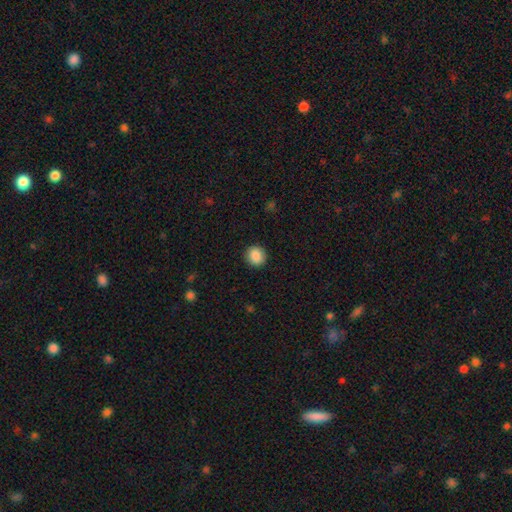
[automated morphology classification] smooth 88%, star or artifact 8%, featured or disk 3%. Down the decision tree: how rounded — round (89%); merging — none (91%).